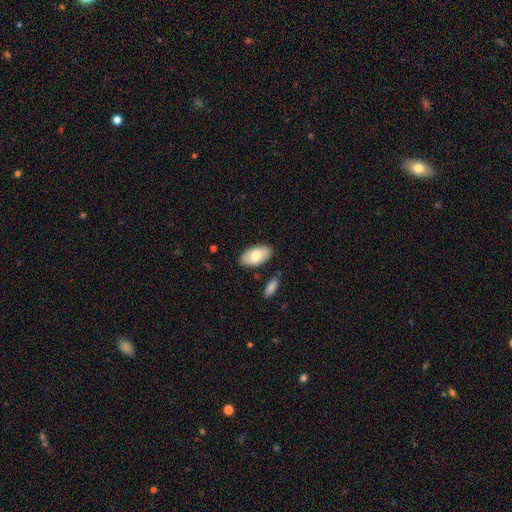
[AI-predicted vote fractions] A smooth galaxy with no disk features (77%) that is in between round and cigar-shaped (95%). Merging: none (83%).